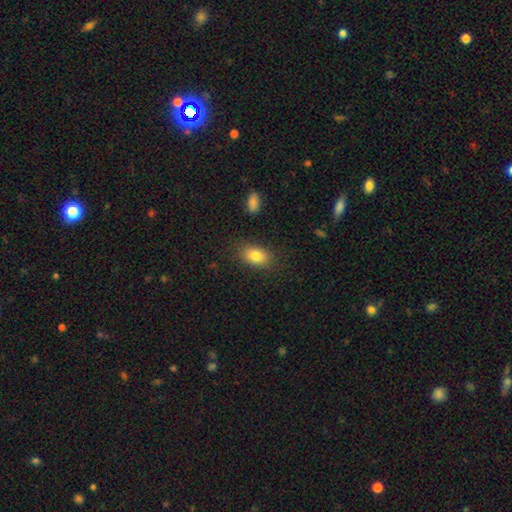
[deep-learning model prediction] smooth_or_featured: smooth (p=0.83) [alt: featured or disk p=0.09]
how_rounded: in between (p=0.87) [alt: round p=0.12]
merging: none (p=0.82) [alt: minor disturbance p=0.12]